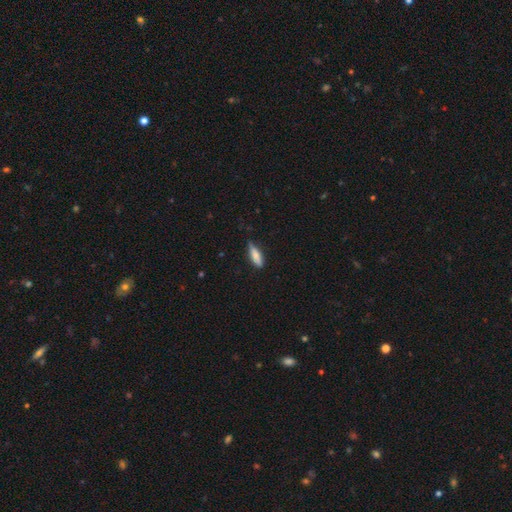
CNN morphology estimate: smooth-or-featured: smooth: 76% | featured or disk: 18% | star or artifact: 6%
  how-rounded: cigar-shaped: 58% | in between: 40% | round: 2%
  merging: none: 71% | minor disturbance: 23% | major disturbance: 4% | merger: 2%